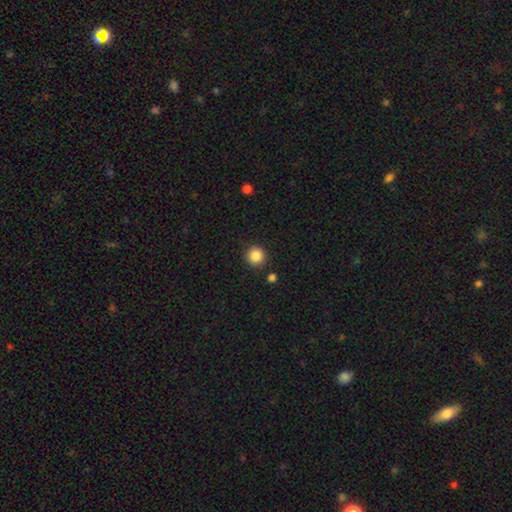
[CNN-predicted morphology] This is clearly a smooth galaxy (86%). How rounded: clearly round (94%). Merging: clearly none (89%).